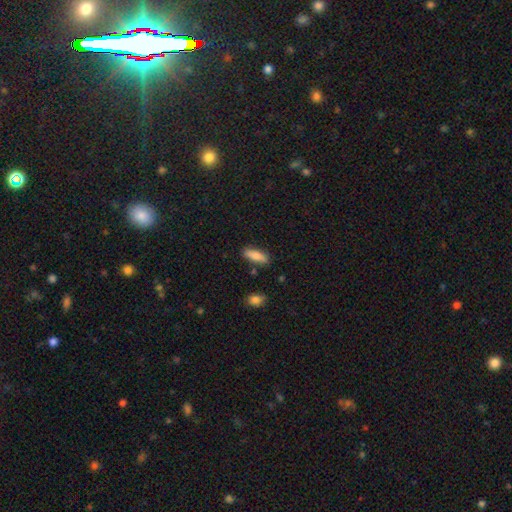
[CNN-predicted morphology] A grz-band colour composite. It shows a smooth galaxy with no disk features (83%) that is in between round and cigar-shaped (59%). Merging: none (82%).